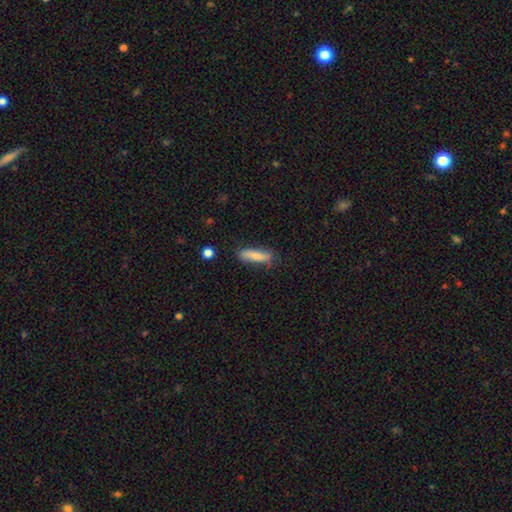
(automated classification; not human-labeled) Smooth or featured? smooth (76%)
How rounded? cigar-shaped (62%)
Merging? none (78%)